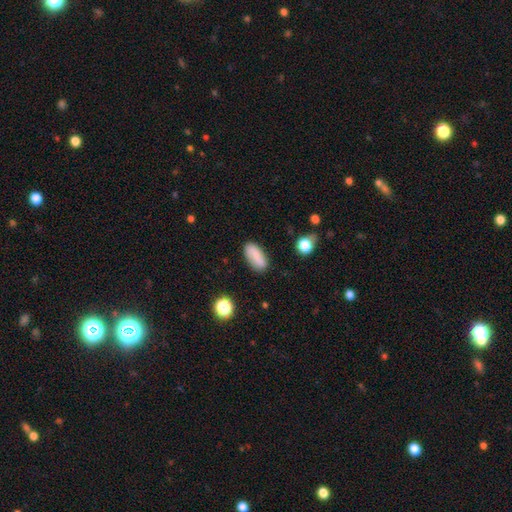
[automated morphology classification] Smooth or featured? Predicted: smooth (p=0.76). How rounded? Predicted: in between (p=0.83). Merging? Predicted: none (p=0.78).